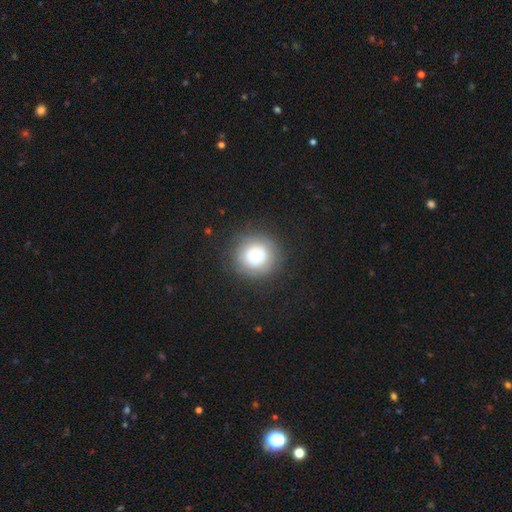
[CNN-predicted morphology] This is likely a smooth galaxy (61%). How rounded: clearly round (93%). Merging: clearly none (82%).